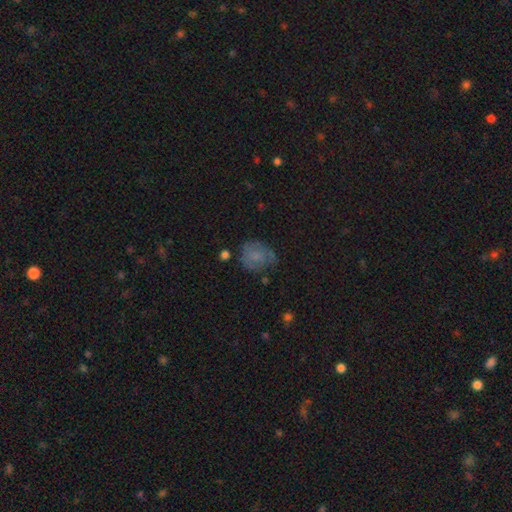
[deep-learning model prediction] Overall: smooth (55%; featured or disk 33%). How rounded: round (64%; in between 34%). Merging: none (51%; minor disturbance 28%).